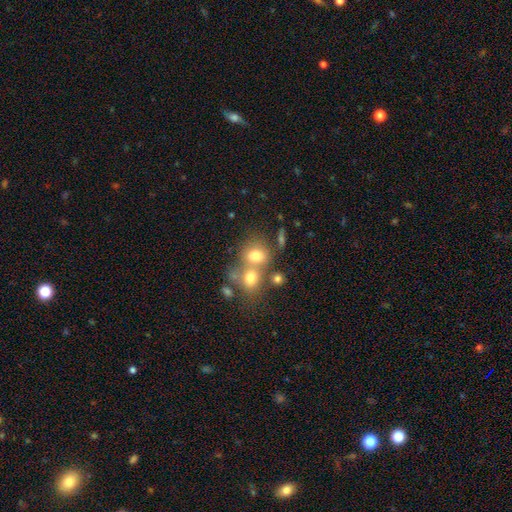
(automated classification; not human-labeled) This appears to be a smooth galaxy with no disk features (72%) that is round (61%). Merging: merger (45%).